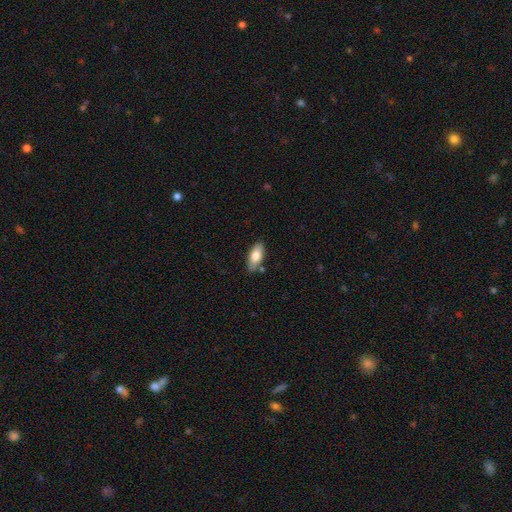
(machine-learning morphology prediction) smooth 77%, featured or disk 17%, star or artifact 6%. Down the decision tree: how rounded — in between (86%); merging — none (79%).